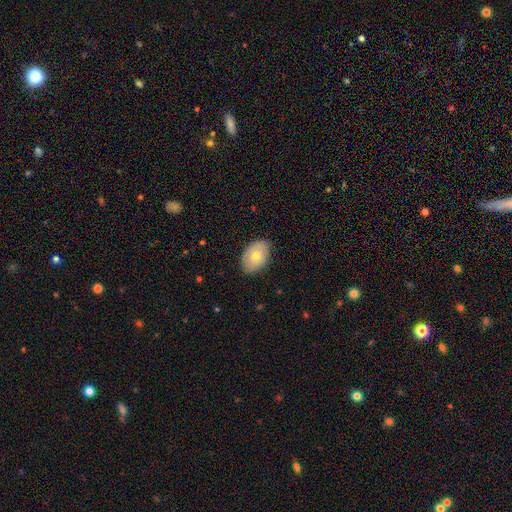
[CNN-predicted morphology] smooth_or_featured: smooth (p=0.60) [alt: featured or disk p=0.32]
how_rounded: in between (p=0.86) [alt: round p=0.13]
merging: none (p=0.83) [alt: minor disturbance p=0.14]